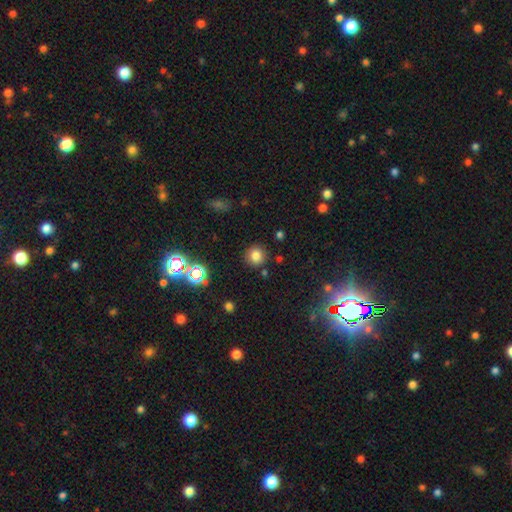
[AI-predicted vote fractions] Morphology: type=smooth (78%); roundness=round (91%); merging=none (88%).